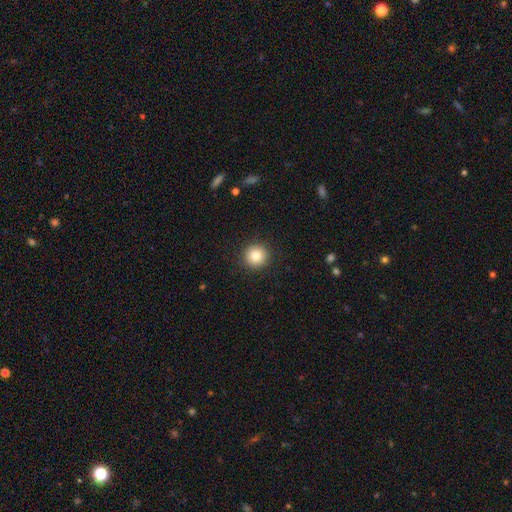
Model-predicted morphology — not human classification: Smooth or featured? Predicted: smooth (p=0.84). How rounded? Predicted: round (p=0.94). Merging? Predicted: none (p=0.92).